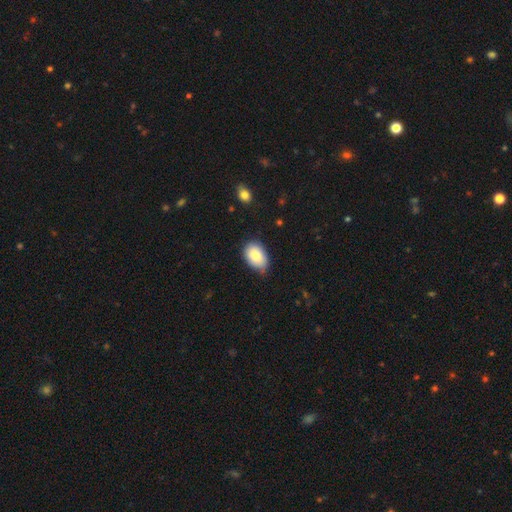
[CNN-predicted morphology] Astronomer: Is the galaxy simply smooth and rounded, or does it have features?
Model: smooth — 85%.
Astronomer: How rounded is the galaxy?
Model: in between — 87%.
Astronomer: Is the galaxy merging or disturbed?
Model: none — 69%.